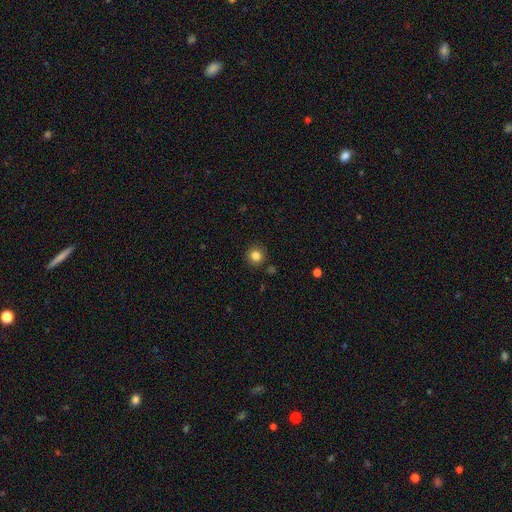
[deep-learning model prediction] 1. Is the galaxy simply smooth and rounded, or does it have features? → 83% smooth, 11% star or artifact, 5% featured or disk.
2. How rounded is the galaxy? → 92% round, 7% in between, 1% cigar-shaped.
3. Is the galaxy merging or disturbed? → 89% none, 7% minor disturbance, 2% major disturbance, 2% merger.